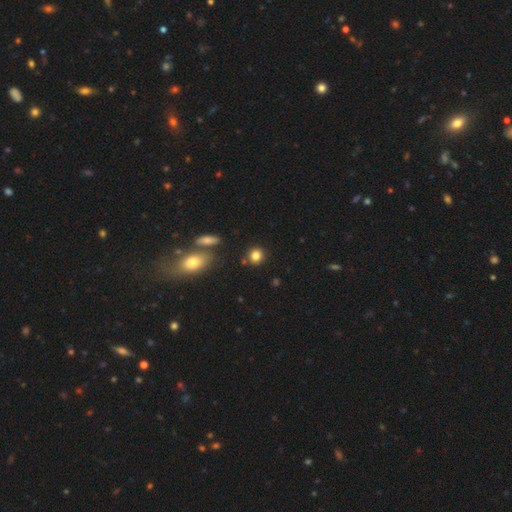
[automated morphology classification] A smooth galaxy with no disk features (83%) that is round (83%). Merging: none (82%).